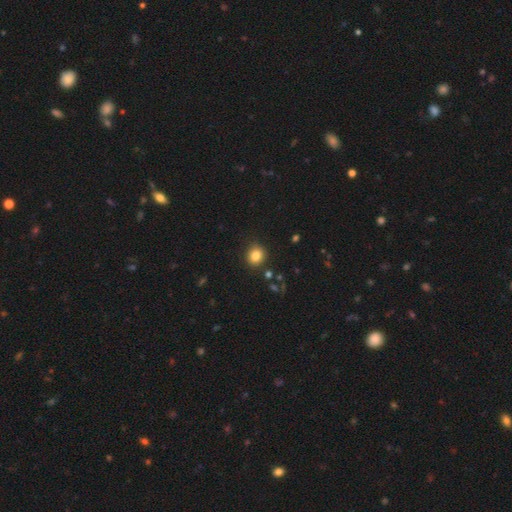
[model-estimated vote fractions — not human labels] Q: Smooth or featured?
A: smooth (83%); runner-up: star or artifact (11%)
Q: How rounded?
A: round (77%); runner-up: in between (22%)
Q: Merging?
A: none (87%); runner-up: minor disturbance (8%)